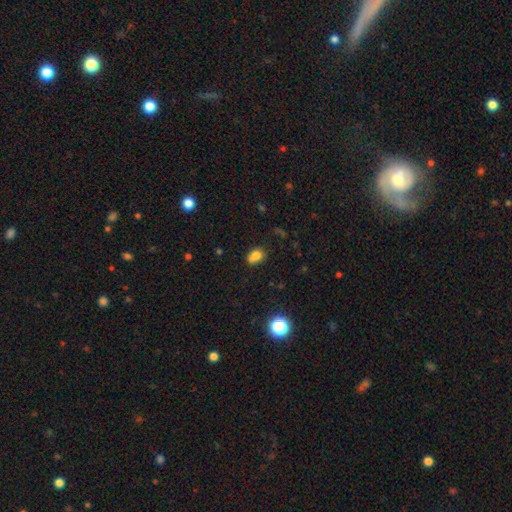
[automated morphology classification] This appears to be a smooth galaxy with no disk features (75%) that is round (52%). Merging: none (49%).